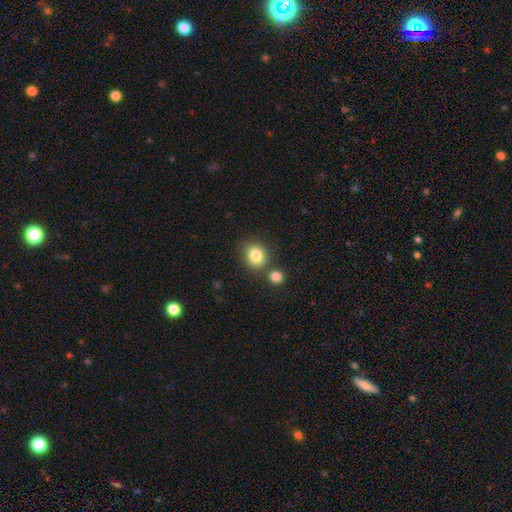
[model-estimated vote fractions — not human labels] smooth-or-featured: smooth: 83% | star or artifact: 10% | featured or disk: 7%
  how-rounded: round: 71% | in between: 28% | cigar-shaped: 1%
  merging: none: 71% | merger: 15% | minor disturbance: 11% | major disturbance: 3%